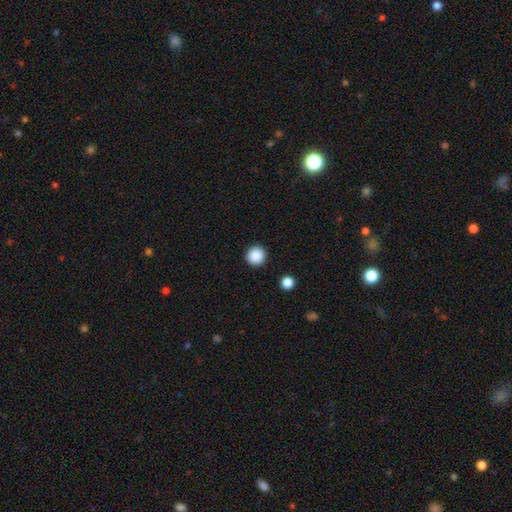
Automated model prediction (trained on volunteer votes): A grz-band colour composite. It shows a smooth galaxy with no disk features (89%) that is round (96%). Merging: none (93%).